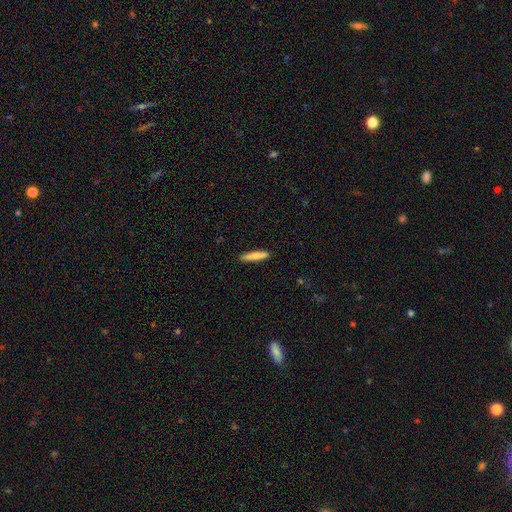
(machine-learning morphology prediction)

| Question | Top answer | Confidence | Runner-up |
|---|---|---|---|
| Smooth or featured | smooth | 78% | featured or disk (16%) |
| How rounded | cigar-shaped | 84% | in between (15%) |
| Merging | none | 90% | minor disturbance (7%) |